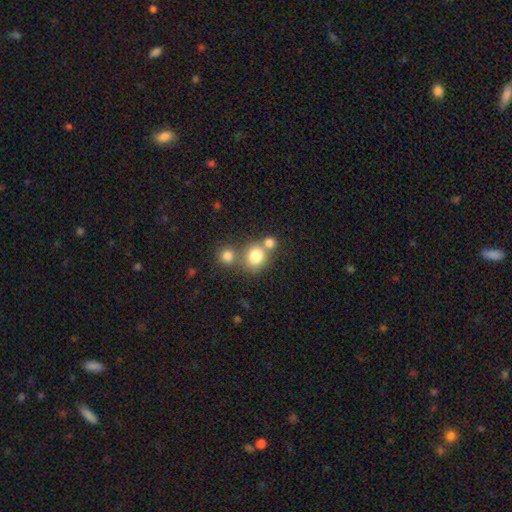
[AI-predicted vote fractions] smooth 78%, star or artifact 12%, featured or disk 10%. Down the decision tree: how rounded — round (79%); merging — none (51%).